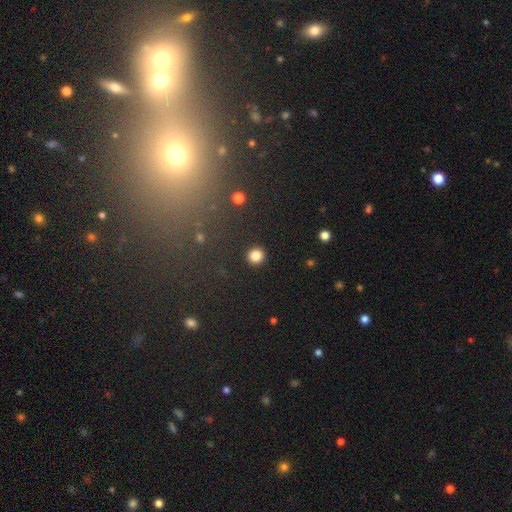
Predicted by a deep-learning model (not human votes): This is clearly a smooth galaxy (84%). How rounded: clearly round (93%). Merging: clearly none (92%).